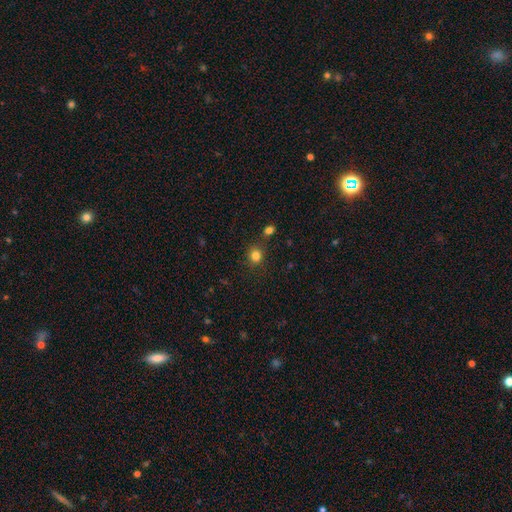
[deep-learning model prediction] Smooth or featured?
  - smooth: 81% *
  - star or artifact: 13%
  - featured or disk: 5%
How rounded?
  - round: 81% *
  - in between: 18%
  - cigar-shaped: 1%
Merging?
  - none: 79% *
  - minor disturbance: 10%
  - merger: 7%
  - major disturbance: 3%